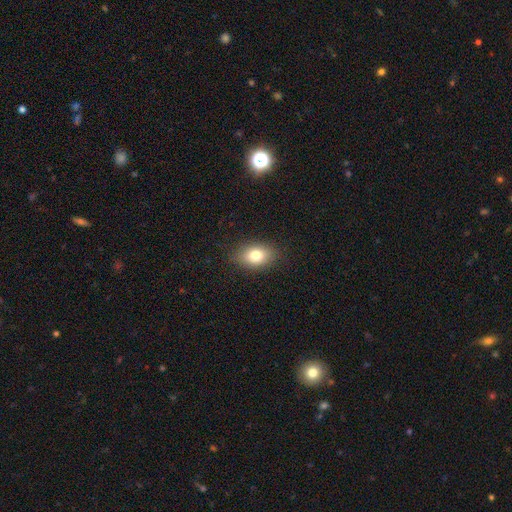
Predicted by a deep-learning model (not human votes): Q: Smooth or featured?
A: smooth (78%); runner-up: featured or disk (12%)
Q: How rounded?
A: in between (82%); runner-up: round (16%)
Q: Merging?
A: none (86%); runner-up: minor disturbance (10%)